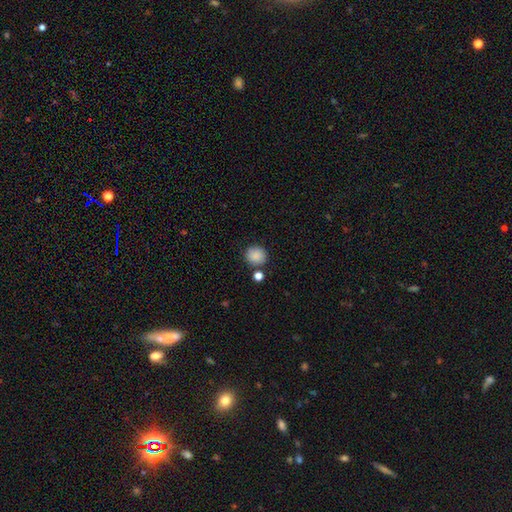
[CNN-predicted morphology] This is clearly a smooth galaxy (87%). How rounded: clearly round (86%). Merging: clearly none (80%).